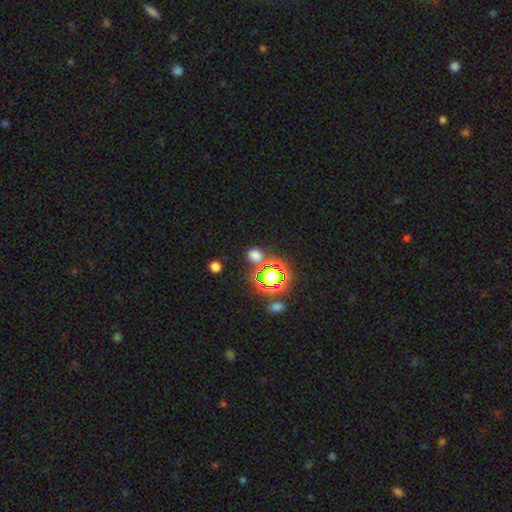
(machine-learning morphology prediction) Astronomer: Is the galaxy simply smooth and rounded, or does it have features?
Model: smooth — 55% (runner-up: star or artifact, 38%).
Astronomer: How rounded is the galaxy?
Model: round — 75%.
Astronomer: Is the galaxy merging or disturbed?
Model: none — 74%.